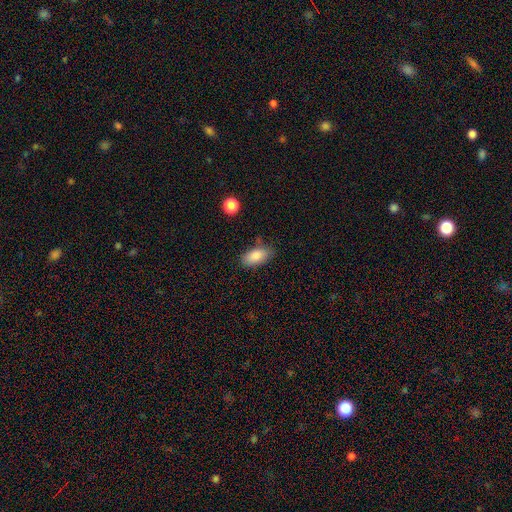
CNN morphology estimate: Smooth or featured? smooth (84%)
How rounded? in between (91%)
Merging? none (77%)